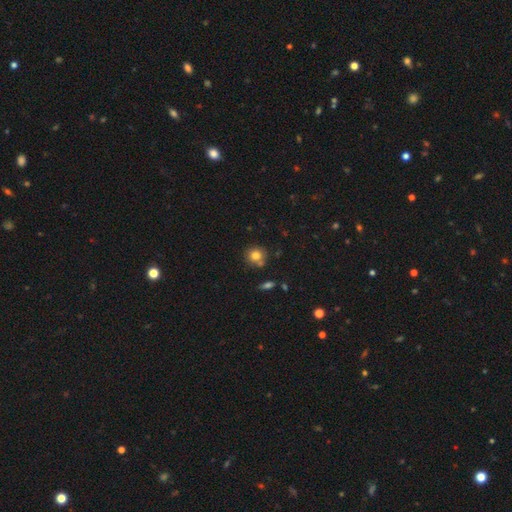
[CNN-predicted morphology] Smooth or featured?
  - smooth: 80% *
  - star or artifact: 10%
  - featured or disk: 9%
How rounded?
  - round: 88% *
  - in between: 11%
  - cigar-shaped: 1%
Merging?
  - none: 73% *
  - merger: 13%
  - minor disturbance: 12%
  - major disturbance: 3%